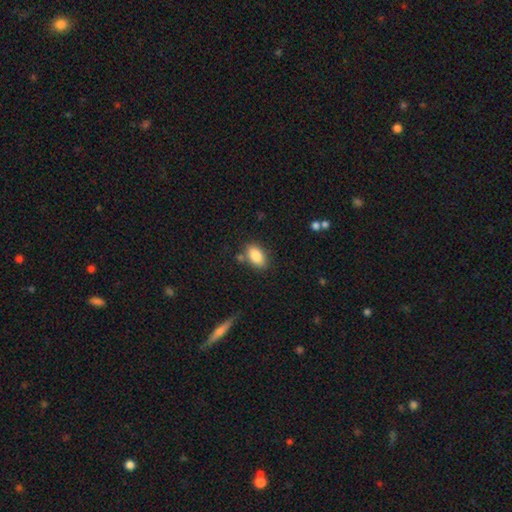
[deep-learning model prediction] Overall: smooth (86%). How rounded: in between (90%). Merging: none (75%).